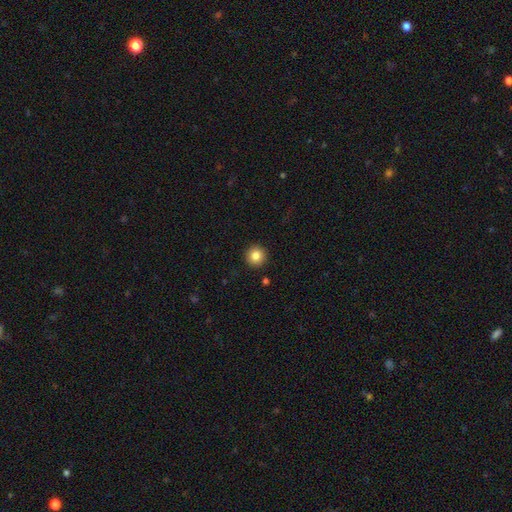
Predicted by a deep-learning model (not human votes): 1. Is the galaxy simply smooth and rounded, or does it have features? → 84% smooth, 10% star or artifact, 6% featured or disk.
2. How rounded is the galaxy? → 95% round, 4% in between, 1% cigar-shaped.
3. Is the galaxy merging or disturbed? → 93% none, 5% minor disturbance, 2% major disturbance, 1% merger.